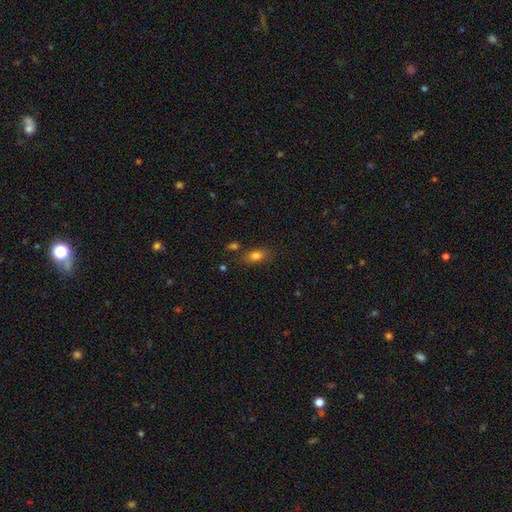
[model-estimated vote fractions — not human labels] Smooth or featured? smooth (79%)
How rounded? in between (81%)
Merging? none (73%)